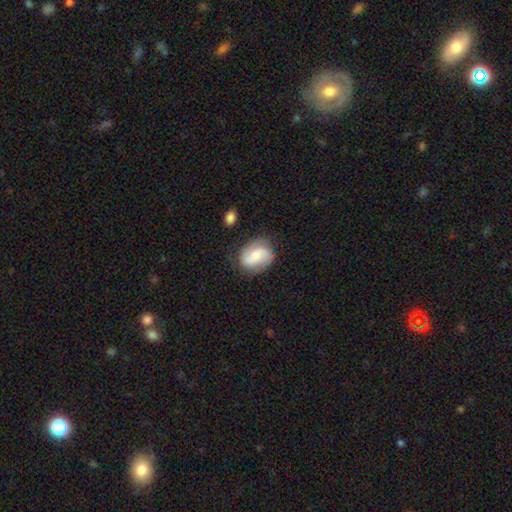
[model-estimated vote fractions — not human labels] Morphology: type=featured or disk (51%); edge-on=no (97%); merging=none (73%).